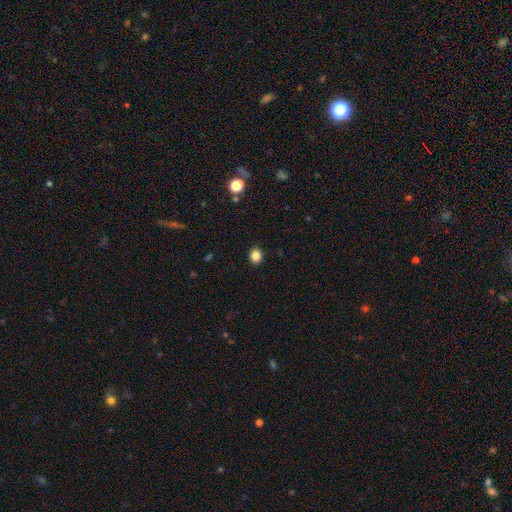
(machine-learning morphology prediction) Overall: smooth (85%). How rounded: round (62%; in between 37%). Merging: none (90%).